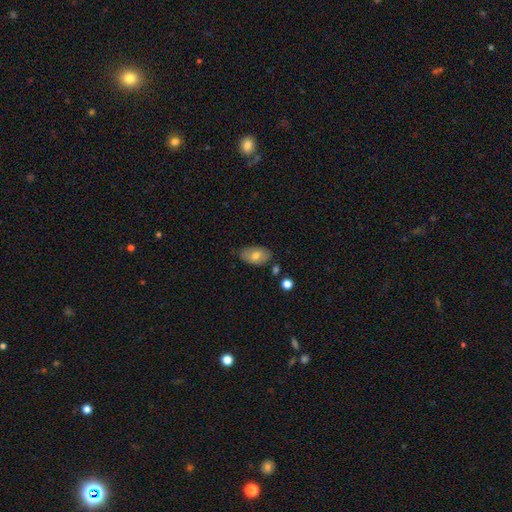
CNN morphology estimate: smooth-or-featured: smooth: 70% | featured or disk: 23% | star or artifact: 8%
  how-rounded: in between: 91% | round: 7% | cigar-shaped: 2%
  merging: none: 73% | minor disturbance: 20% | merger: 4% | major disturbance: 3%